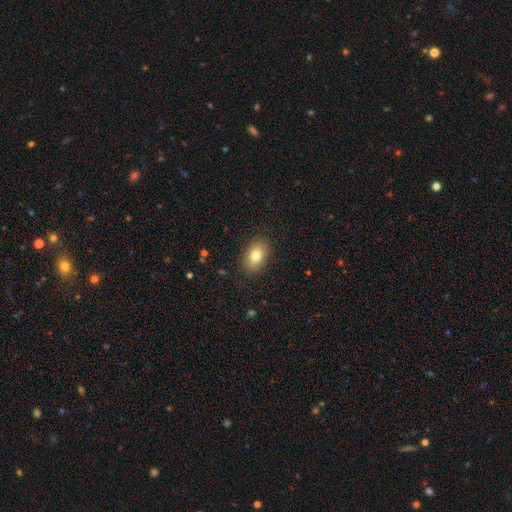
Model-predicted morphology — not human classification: The model was most divided on "smooth or featured": smooth: 80%, featured or disk: 12%, star or artifact: 9%. More confident: merging — none (87%); how rounded — in between (86%).